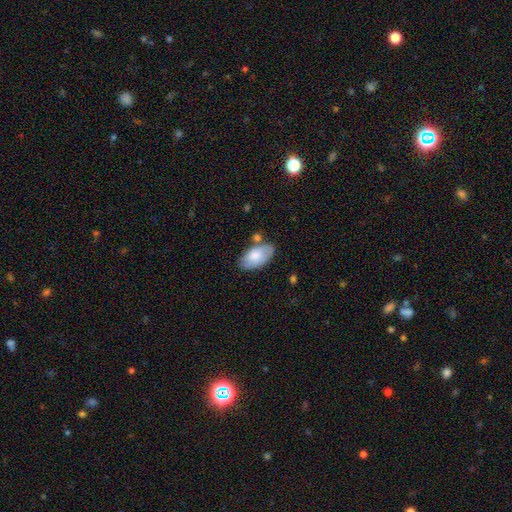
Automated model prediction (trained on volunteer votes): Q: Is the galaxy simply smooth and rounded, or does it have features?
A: smooth — 76%.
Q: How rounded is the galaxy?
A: in between — 95%.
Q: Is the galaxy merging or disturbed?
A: none — 65%.